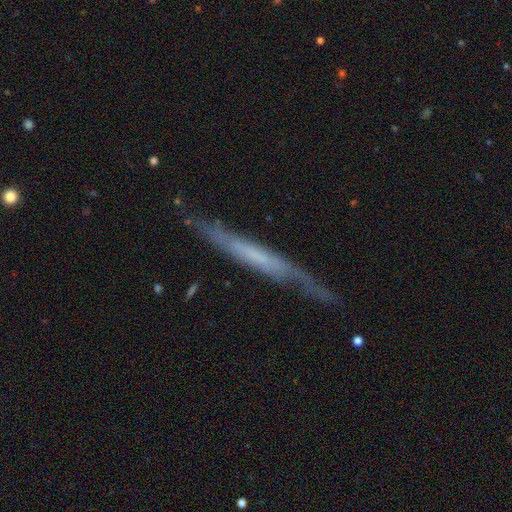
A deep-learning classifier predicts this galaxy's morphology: smooth-or-featured: featured or disk: 65% | smooth: 29% | star or artifact: 6%
  disk-edge-on: yes: 84% | no: 16%
    edge-on-bulge: none: 78% | rounded: 11% | boxy: 11%
  merging: none: 68% | minor disturbance: 23% | major disturbance: 7% | merger: 2%